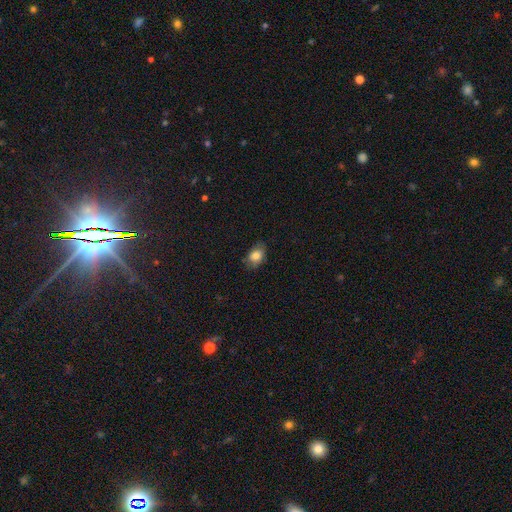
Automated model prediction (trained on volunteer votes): A smooth galaxy with no disk features (82%) that is in between round and cigar-shaped (81%).

Vote fractions:
- Smooth or featured? smooth: 82% / featured or disk: 9% / star or artifact: 8%
- How rounded? in between: 81% / round: 17% / cigar-shaped: 2%
- Merging? none: 78% / minor disturbance: 18% / major disturbance: 4% / merger: 1%